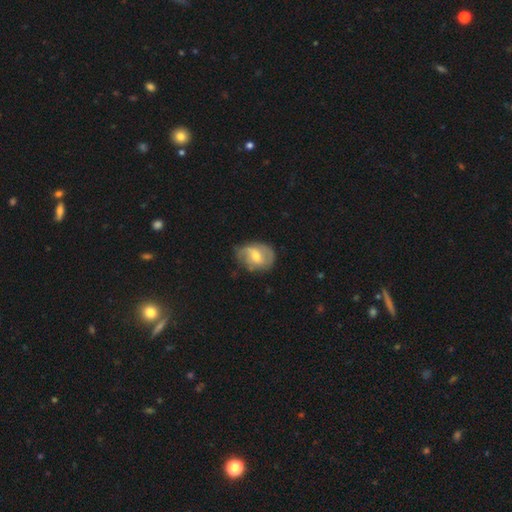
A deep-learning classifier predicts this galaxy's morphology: smooth_or_featured: featured or disk (p=0.66) [alt: smooth p=0.28]
disk_edge_on: no (p=0.97) [alt: yes p=0.03]
bar: weak (p=0.54) [alt: no p=0.31]
has_spiral_arms: yes (p=0.87) [alt: no p=0.13]
spiral_winding: medium (p=0.42) [alt: loose p=0.33]
spiral_arm_count: 2 (p=0.62) [alt: can't tell p=0.17]
bulge_size: moderate (p=0.60) [alt: small p=0.32]
merging: none (p=0.62) [alt: minor disturbance p=0.26]